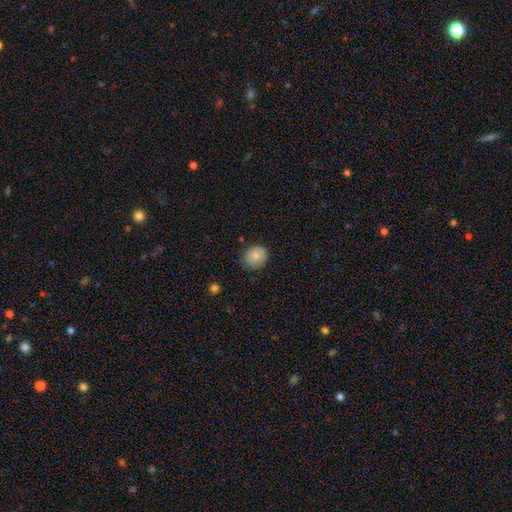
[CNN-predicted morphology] Q: Smooth or featured?
A: smooth (81%); runner-up: featured or disk (10%)
Q: How rounded?
A: round (76%); runner-up: in between (24%)
Q: Merging?
A: none (75%); runner-up: minor disturbance (20%)